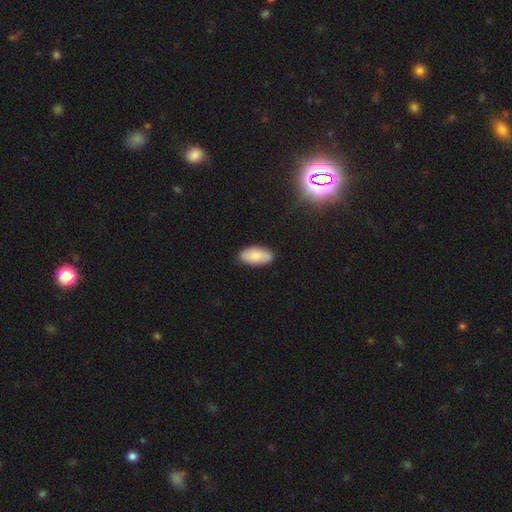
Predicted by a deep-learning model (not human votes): smooth-or-featured: smooth: 84% | featured or disk: 9% | star or artifact: 6%
  how-rounded: in between: 93% | cigar-shaped: 5% | round: 2%
  merging: none: 87% | minor disturbance: 10% | major disturbance: 2% | merger: 1%